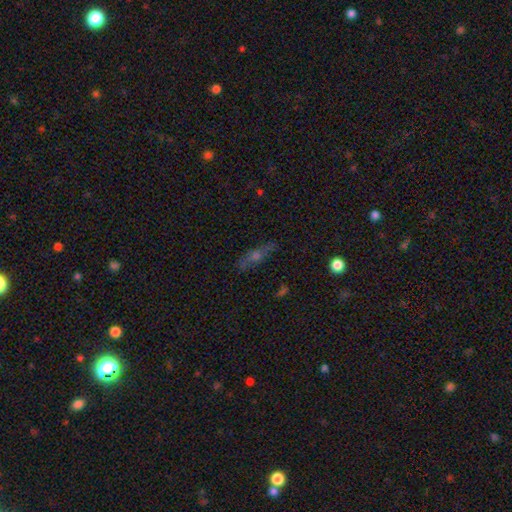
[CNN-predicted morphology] This is possibly a featured or disk galaxy (48%). Merging: likely none (80%).